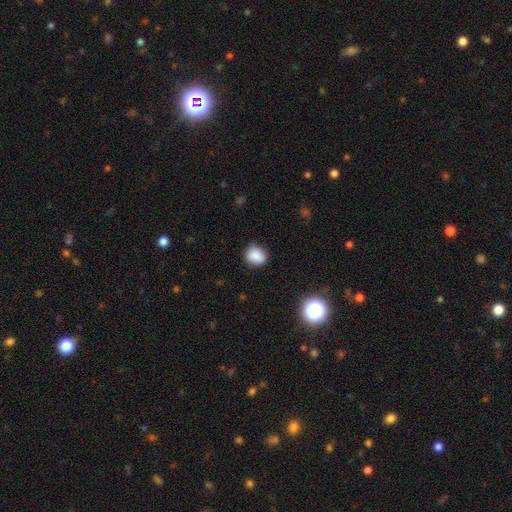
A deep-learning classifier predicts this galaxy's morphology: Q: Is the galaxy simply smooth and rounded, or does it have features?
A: smooth — 86%.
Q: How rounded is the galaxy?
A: round — 59%.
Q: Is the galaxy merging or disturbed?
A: none — 78%.